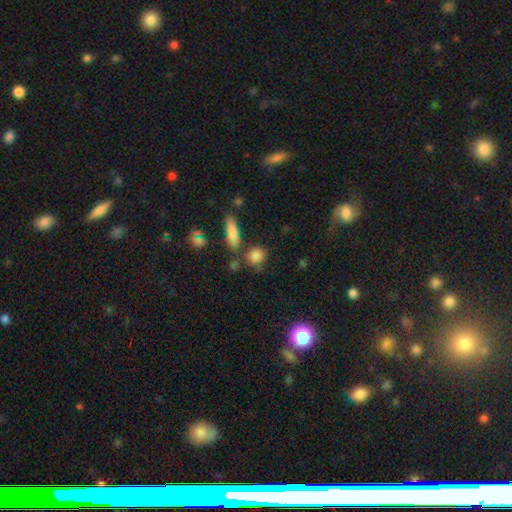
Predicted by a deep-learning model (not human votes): Overall: smooth (83%). How rounded: round (79%). Merging: none (69%).